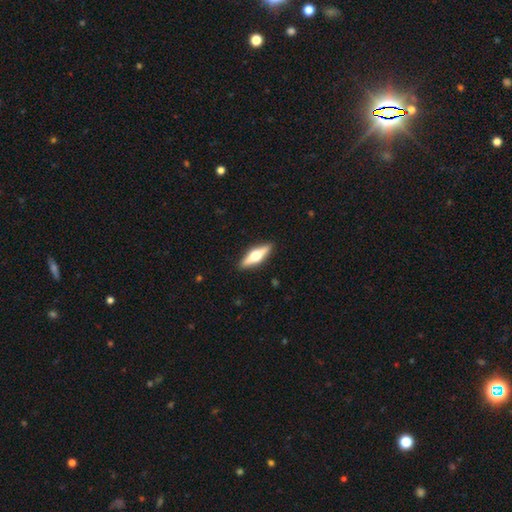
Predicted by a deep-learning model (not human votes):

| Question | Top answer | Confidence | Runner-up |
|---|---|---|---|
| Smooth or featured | featured or disk | 60% | smooth (35%) |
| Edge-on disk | yes | 95% | no (5%) |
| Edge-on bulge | rounded | 96% | boxy (3%) |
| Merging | none | 91% | minor disturbance (7%) |